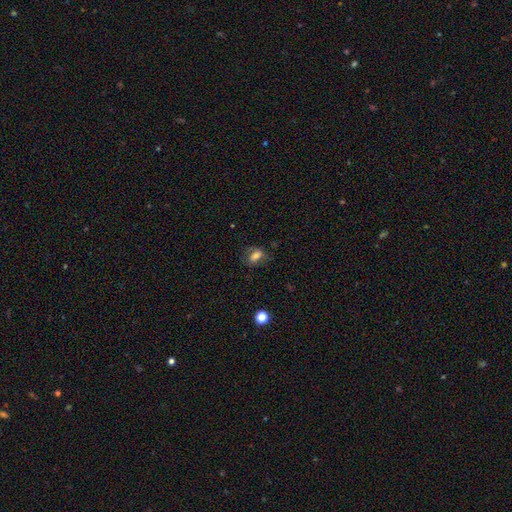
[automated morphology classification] type=smooth (67%); roundness=in between (76%); merging=none (64%).